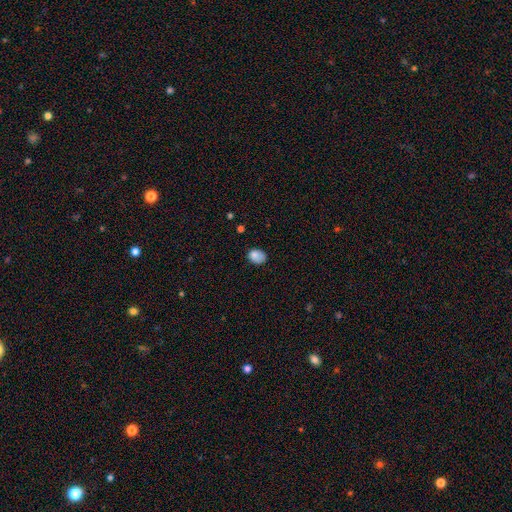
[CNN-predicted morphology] The model was most divided on "how rounded": in between: 59%, round: 40%, cigar-shaped: 1%. More confident: smooth or featured — smooth (82%); merging — none (61%).